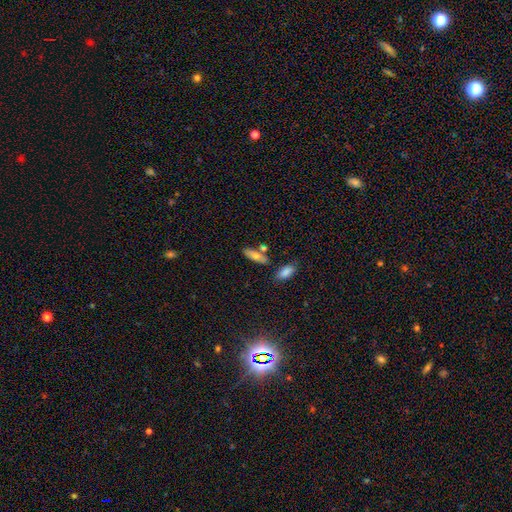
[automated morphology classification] type=smooth (69%); roundness=in between (62%); merging=none (71%).